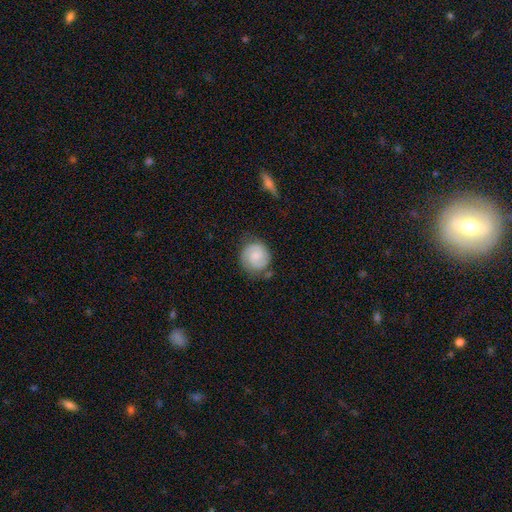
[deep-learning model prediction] smooth-or-featured: featured or disk: 62% | smooth: 31% | star or artifact: 7%
  disk-edge-on: no: 98% | yes: 2%
    bar: no: 58% | weak: 37% | strong: 5%
    has-spiral-arms: yes: 94% | no: 6%
      spiral-winding: tight: 55% | medium: 36% | loose: 9%
      spiral-arm-count: 2: 79% | can't tell: 10% | 1: 5% | 3: 4% | 4: 1% | more than 4: 1%
    bulge-size: small: 47% | moderate: 32% | none: 16% | large: 4% | dominant: 1%
  merging: none: 74% | minor disturbance: 17% | major disturbance: 5% | merger: 3%